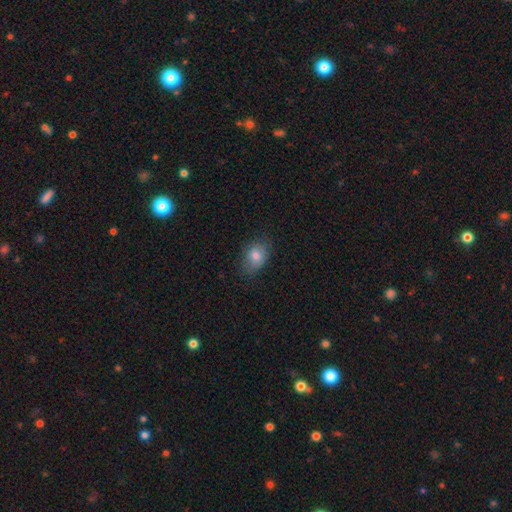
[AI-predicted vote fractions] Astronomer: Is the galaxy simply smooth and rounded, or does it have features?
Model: smooth — 79%.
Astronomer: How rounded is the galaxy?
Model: in between — 71%.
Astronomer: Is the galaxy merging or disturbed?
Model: none — 73%.